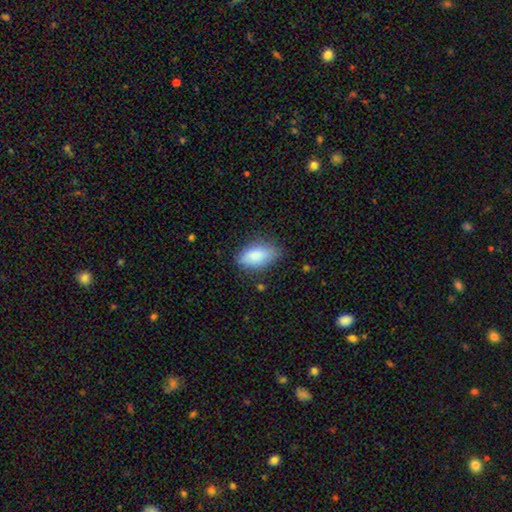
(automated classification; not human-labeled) smooth-or-featured: smooth: 85% | featured or disk: 8% | star or artifact: 7%
  how-rounded: in between: 91% | cigar-shaped: 5% | round: 4%
  merging: none: 72% | minor disturbance: 21% | major disturbance: 5% | merger: 2%